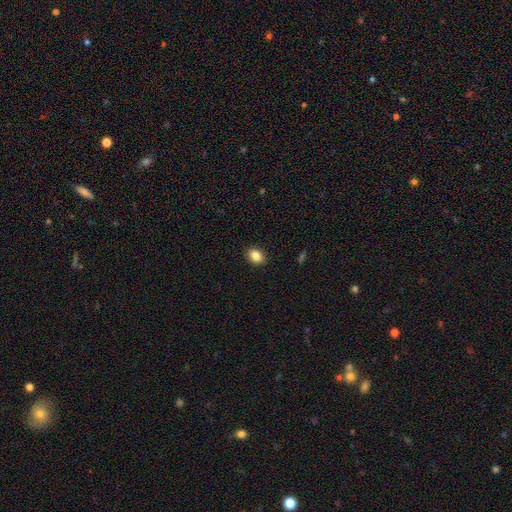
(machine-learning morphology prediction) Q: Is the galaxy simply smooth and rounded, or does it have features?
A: smooth — 86%.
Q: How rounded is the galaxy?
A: in between — 72%.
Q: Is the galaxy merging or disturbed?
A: none — 90%.